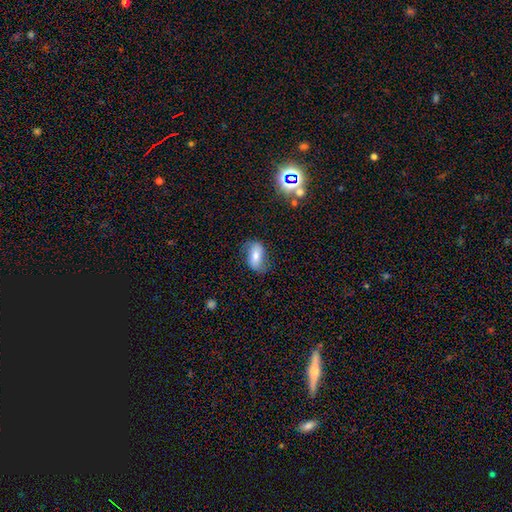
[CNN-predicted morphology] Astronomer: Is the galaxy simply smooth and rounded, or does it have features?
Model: smooth — 55% (runner-up: featured or disk, 35%).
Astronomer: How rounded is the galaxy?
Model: in between — 88%.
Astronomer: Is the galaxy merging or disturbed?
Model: none — 65%.